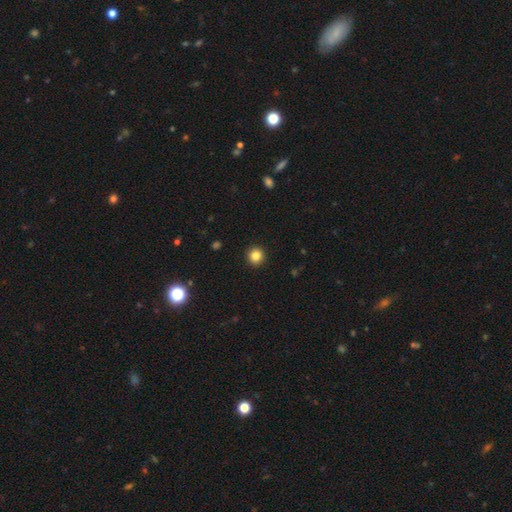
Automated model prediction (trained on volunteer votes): The model was most divided on "smooth or featured": smooth: 85%, star or artifact: 11%, featured or disk: 5%. More confident: how rounded — round (93%); merging — none (93%).